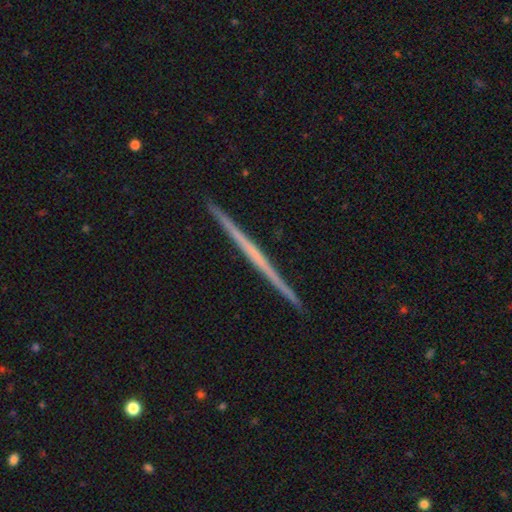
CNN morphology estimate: The model was most divided on "smooth or featured": featured or disk: 70%, smooth: 25%, star or artifact: 5%. More confident: edge-on disk — yes (98%); merging — none (93%); edge-on bulge — none (90%).